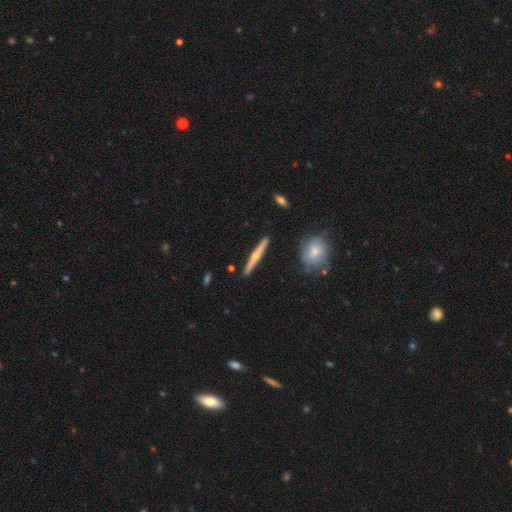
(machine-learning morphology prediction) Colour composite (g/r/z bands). It shows a featured or disk galaxy (66%) viewed edge-on (97%) with a rounded central bulge (88%). Merging: none (91%).